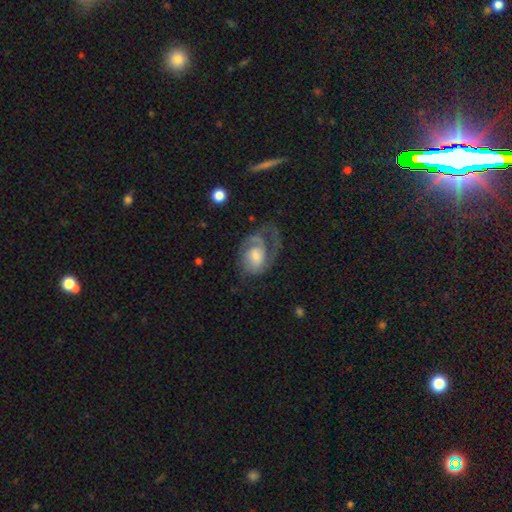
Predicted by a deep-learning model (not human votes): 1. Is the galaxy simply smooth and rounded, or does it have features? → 75% featured or disk, 18% smooth, 6% star or artifact.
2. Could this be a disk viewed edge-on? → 97% no, 3% yes.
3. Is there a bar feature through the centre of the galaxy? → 61% no, 32% weak, 7% strong.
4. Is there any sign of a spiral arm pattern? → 91% yes, 9% no.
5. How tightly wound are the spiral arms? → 41% medium, 40% tight, 19% loose.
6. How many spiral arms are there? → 45% 1, 36% 2, 12% can't tell, 4% 3, 2% 4, 2% more than 4.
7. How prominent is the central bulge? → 44% moderate, 28% small, 18% large, 8% none, 3% dominant.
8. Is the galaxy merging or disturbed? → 43% none, 34% major disturbance, 21% minor disturbance, 2% merger.